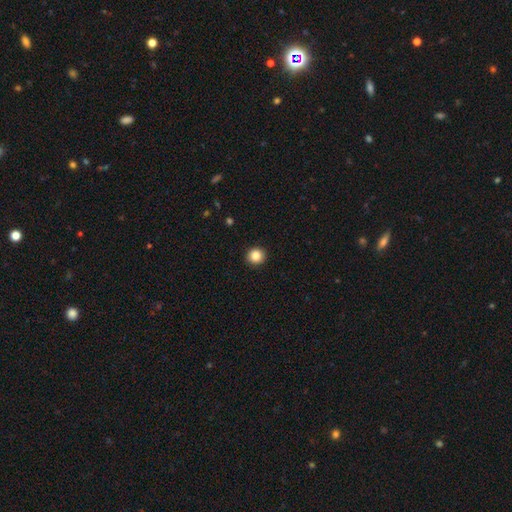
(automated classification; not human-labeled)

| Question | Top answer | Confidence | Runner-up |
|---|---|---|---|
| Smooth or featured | smooth | 86% | star or artifact (10%) |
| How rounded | round | 94% | in between (5%) |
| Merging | none | 93% | minor disturbance (5%) |